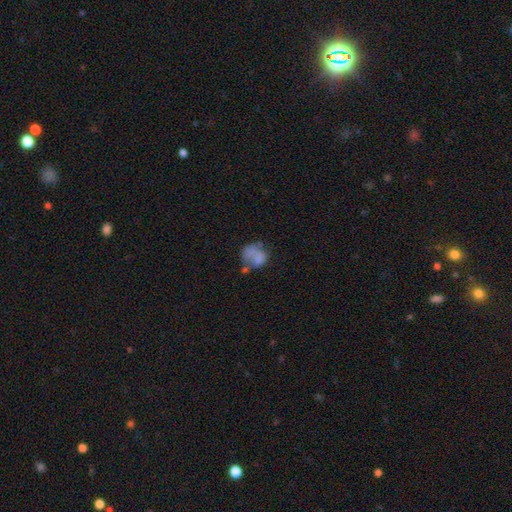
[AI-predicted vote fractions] Q: Smooth or featured?
A: smooth (60%); runner-up: featured or disk (29%)
Q: How rounded?
A: round (60%); runner-up: in between (38%)
Q: Merging?
A: none (30%); runner-up: merger (26%)